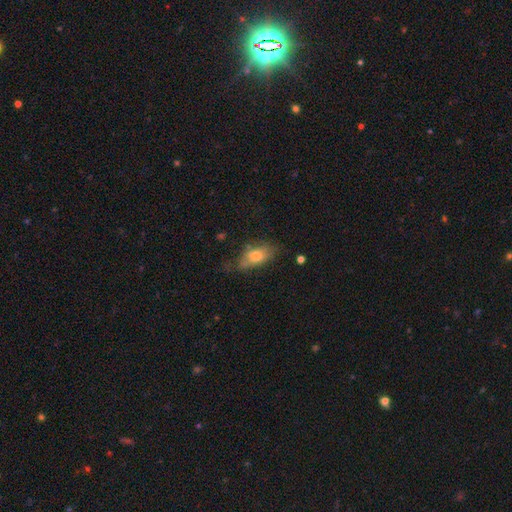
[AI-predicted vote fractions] smooth 65%, featured or disk 26%, star or artifact 9%. Down the decision tree: how rounded — in between (82%); merging — none (49%).